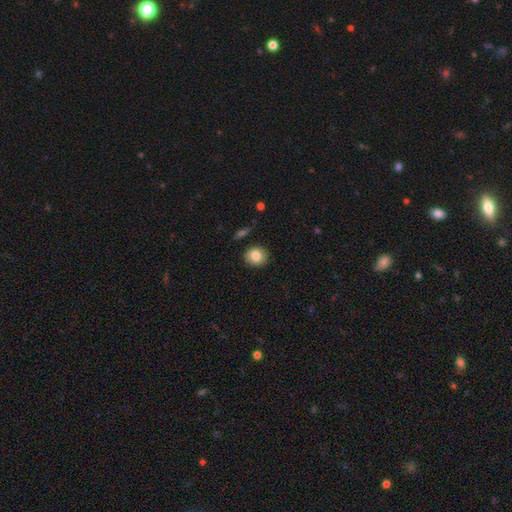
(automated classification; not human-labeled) smooth 83%, star or artifact 8%, featured or disk 8%. Down the decision tree: how rounded — round (79%); merging — none (88%).